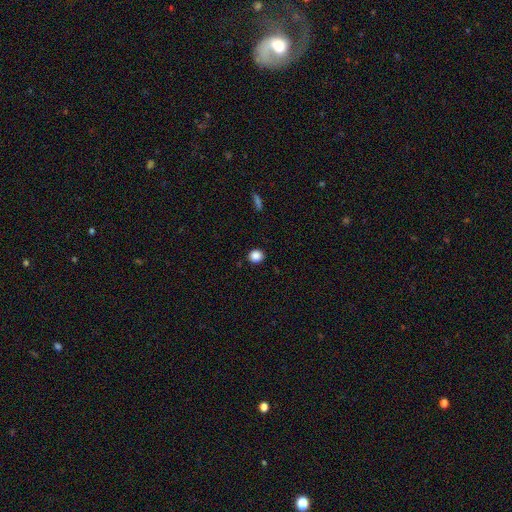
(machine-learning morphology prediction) type=smooth (87%); roundness=round (87%); merging=none (91%).